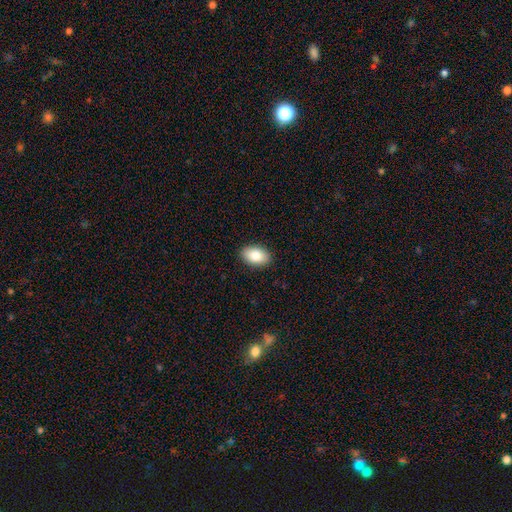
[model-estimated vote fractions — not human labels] smooth-or-featured: smooth: 85% | featured or disk: 8% | star or artifact: 7%
  how-rounded: in between: 90% | round: 8% | cigar-shaped: 1%
  merging: none: 90% | minor disturbance: 7% | major disturbance: 2% | merger: 1%